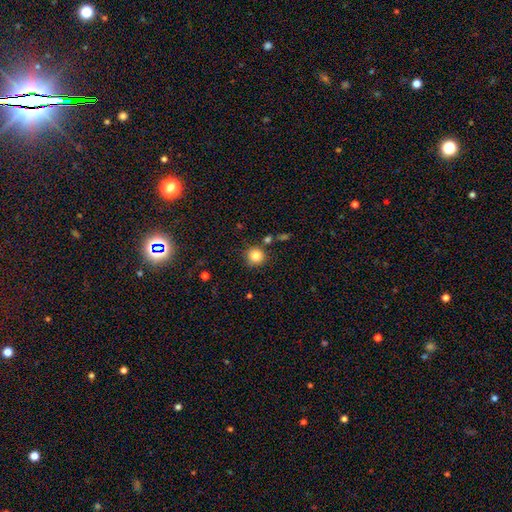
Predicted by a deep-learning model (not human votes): smooth 84%, star or artifact 11%, featured or disk 6%. Down the decision tree: how rounded — round (93%); merging — none (82%).